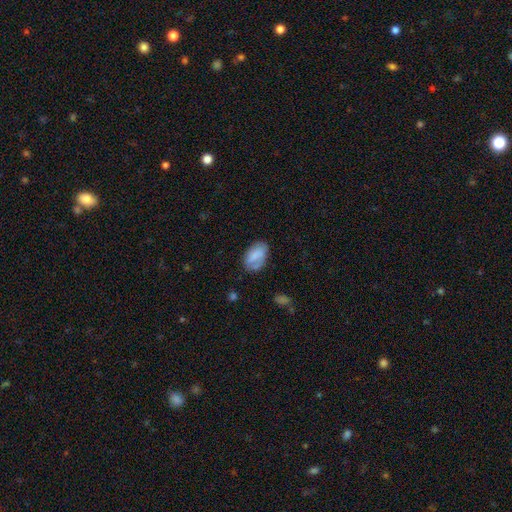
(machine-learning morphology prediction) Smooth or featured? Predicted: smooth (p=0.73). How rounded? Predicted: in between (p=0.92). Merging? Predicted: none (p=0.64).